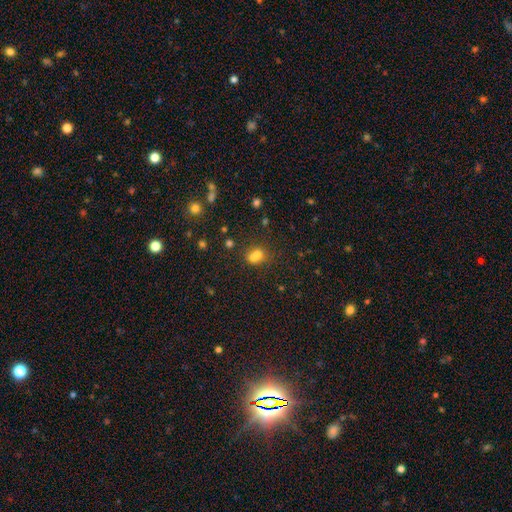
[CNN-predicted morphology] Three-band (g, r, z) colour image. It shows a smooth galaxy with no disk features (66%) that is round (65%). Merging: merger (58%).